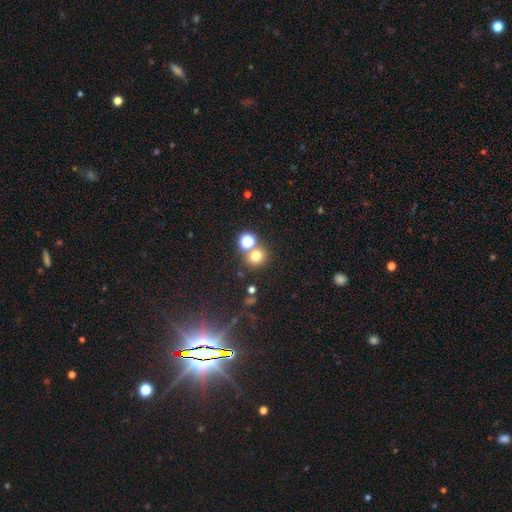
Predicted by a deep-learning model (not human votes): This appears to be a smooth galaxy with no disk features (72%) that is round (85%). Merging: none (68%).